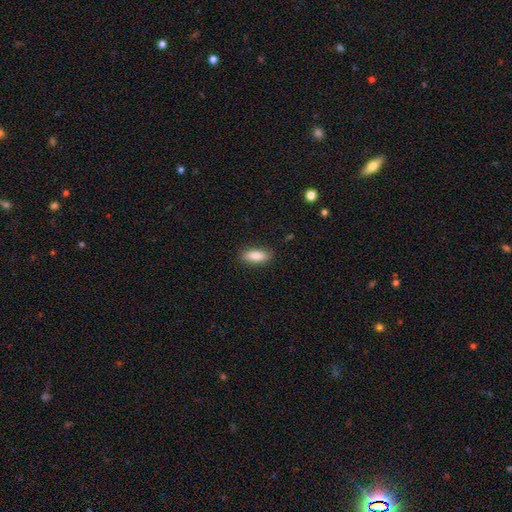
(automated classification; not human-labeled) Smooth or featured? smooth (85%)
How rounded? in between (72%)
Merging? none (87%)